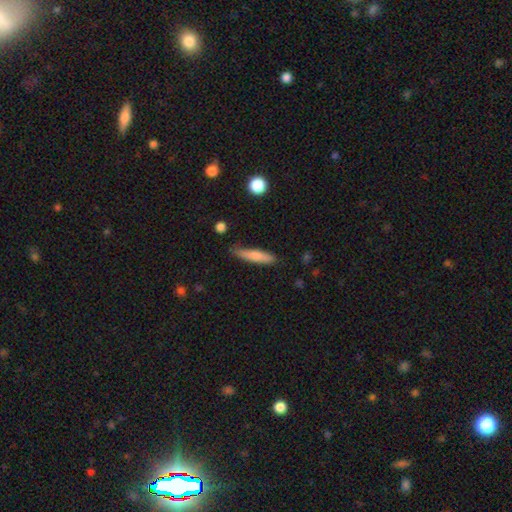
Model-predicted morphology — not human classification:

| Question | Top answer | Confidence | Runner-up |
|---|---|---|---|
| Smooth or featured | smooth | 77% | featured or disk (17%) |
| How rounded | cigar-shaped | 85% | in between (14%) |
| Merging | none | 75% | minor disturbance (19%) |